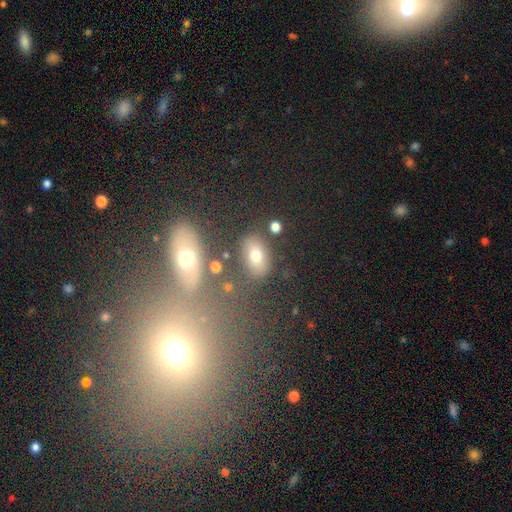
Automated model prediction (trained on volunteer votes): The model was most divided on "smooth or featured": smooth: 69%, featured or disk: 18%, star or artifact: 13%. More confident: how rounded — in between (84%); merging — none (76%).